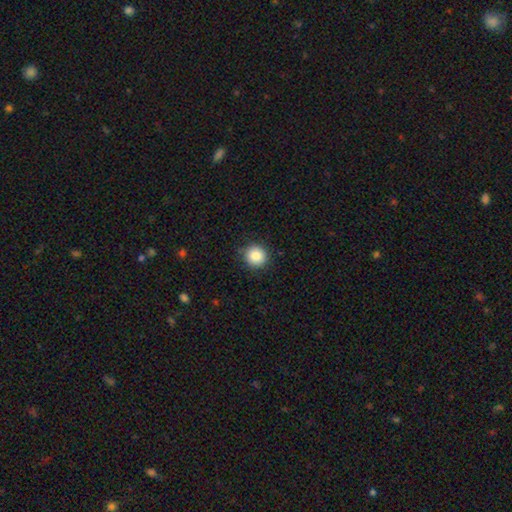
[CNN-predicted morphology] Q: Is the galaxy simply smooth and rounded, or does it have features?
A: smooth — 84%.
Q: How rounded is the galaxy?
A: round — 94%.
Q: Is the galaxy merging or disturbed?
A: none — 89%.